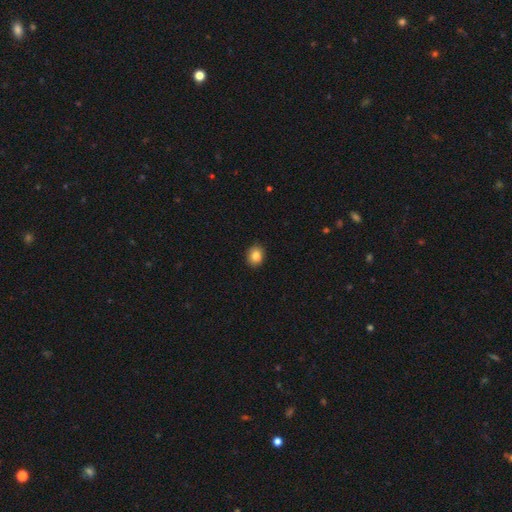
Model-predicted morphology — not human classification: A smooth galaxy with no disk features (86%) that is round (58%).

Vote fractions:
- Smooth or featured? smooth: 86% / star or artifact: 9% / featured or disk: 5%
- How rounded? round: 58% / in between: 42% / cigar-shaped: 1%
- Merging? none: 89% / minor disturbance: 8% / major disturbance: 2% / merger: 1%